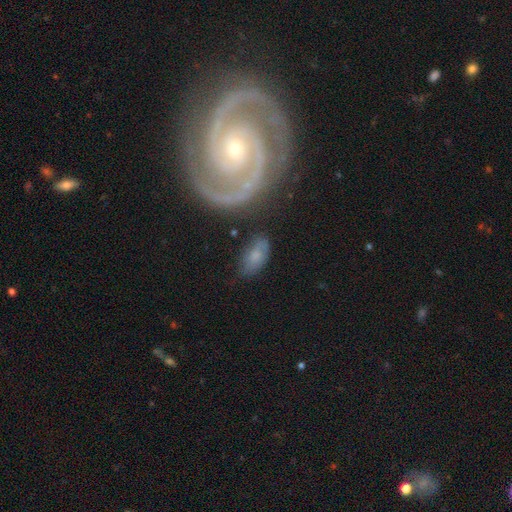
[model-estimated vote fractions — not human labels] Smooth or featured?
  - smooth: 63% *
  - featured or disk: 27%
  - star or artifact: 9%
How rounded?
  - in between: 91% *
  - cigar-shaped: 5%
  - round: 4%
Merging?
  - none: 58% *
  - minor disturbance: 26%
  - major disturbance: 11%
  - merger: 6%